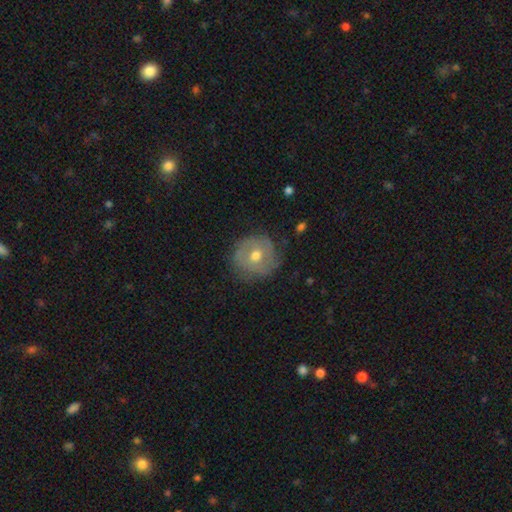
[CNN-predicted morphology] This appears to be a featured or disk galaxy (51%). Merging: none (73%).